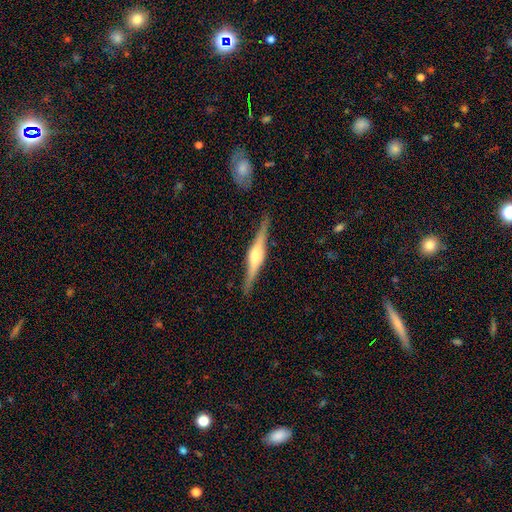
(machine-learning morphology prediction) A featured or disk galaxy (77%) viewed edge-on (98%) with a rounded central bulge (78%).

Vote fractions:
- Smooth or featured? featured or disk: 77% / smooth: 18% / star or artifact: 5%
- Edge-on disk? yes: 98% / no: 2%
- Edge-on bulge? rounded: 78% / boxy: 17% / none: 4%
- Merging? none: 88% / minor disturbance: 9% / major disturbance: 2% / merger: 1%